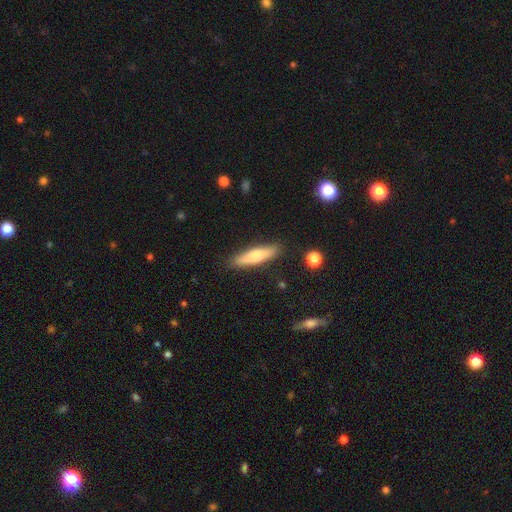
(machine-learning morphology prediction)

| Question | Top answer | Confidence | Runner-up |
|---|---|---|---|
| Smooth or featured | smooth | 68% | featured or disk (26%) |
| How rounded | cigar-shaped | 76% | in between (22%) |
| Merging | none | 86% | minor disturbance (10%) |